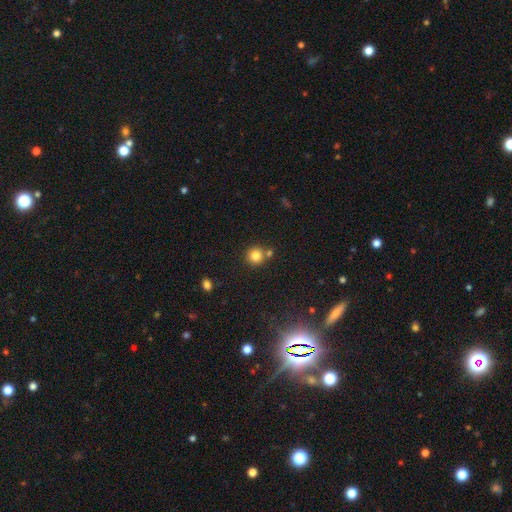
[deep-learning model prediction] Overall: smooth (82%). How rounded: round (92%). Merging: none (72%).